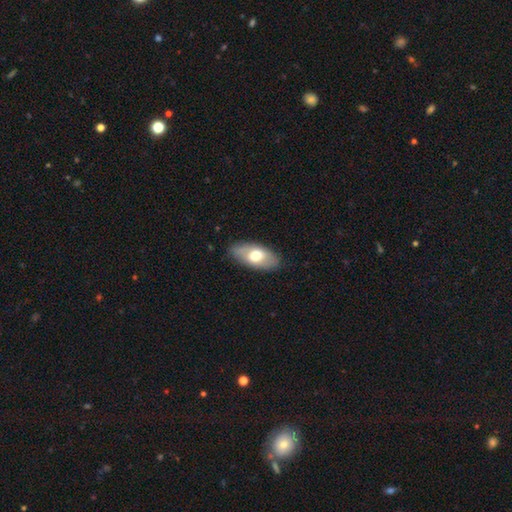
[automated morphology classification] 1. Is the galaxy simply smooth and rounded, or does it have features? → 64% smooth, 30% featured or disk, 6% star or artifact.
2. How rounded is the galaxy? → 90% in between, 6% cigar-shaped, 4% round.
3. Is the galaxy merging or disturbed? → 82% none, 14% minor disturbance, 3% major disturbance, 1% merger.